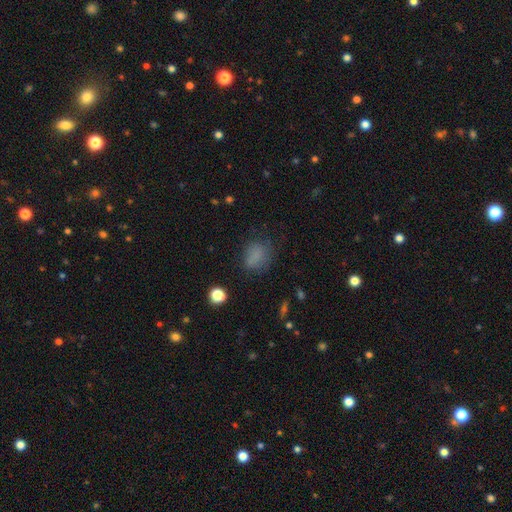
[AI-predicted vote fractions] Smooth or featured?
  - smooth: 77% *
  - star or artifact: 15%
  - featured or disk: 8%
How rounded?
  - round: 52% *
  - in between: 47%
  - cigar-shaped: 2%
Merging?
  - none: 67% *
  - minor disturbance: 21%
  - major disturbance: 10%
  - merger: 2%